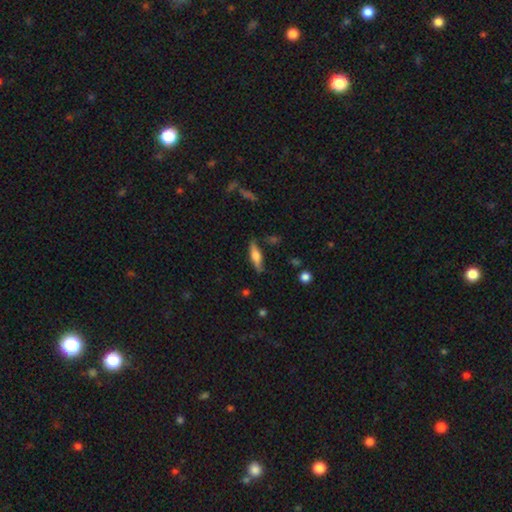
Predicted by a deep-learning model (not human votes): Smooth or featured?
  - smooth: 50% *
  - featured or disk: 44%
  - star or artifact: 6%
How rounded?
  - cigar-shaped: 63% *
  - in between: 34%
  - round: 2%
Merging?
  - none: 81% *
  - minor disturbance: 14%
  - major disturbance: 3%
  - merger: 2%